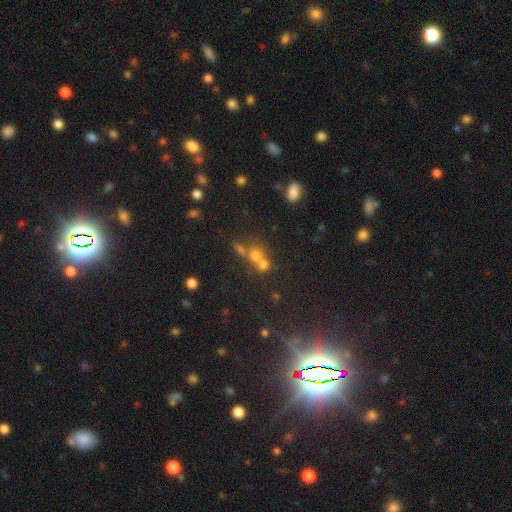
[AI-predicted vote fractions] smooth 52%, star or artifact 29%, featured or disk 19%. Down the decision tree: how rounded — round (72%); merging — merger (52%).